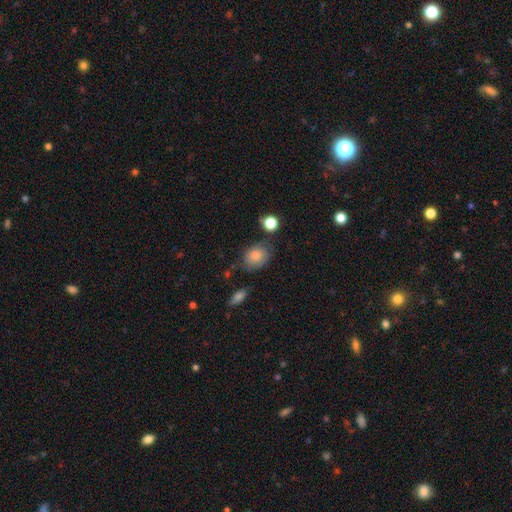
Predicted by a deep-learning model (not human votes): smooth_or_featured: smooth (p=0.82) [alt: featured or disk p=0.09]
how_rounded: in between (p=0.61) [alt: round p=0.38]
merging: none (p=0.62) [alt: minor disturbance p=0.25]